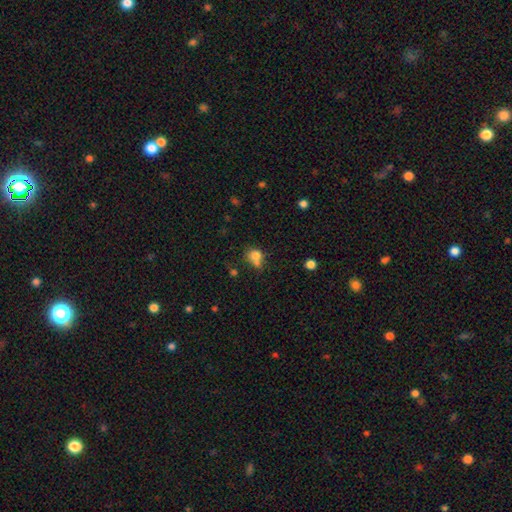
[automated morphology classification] A smooth galaxy with no disk features (77%) that is round (70%). Merging: none (42%).